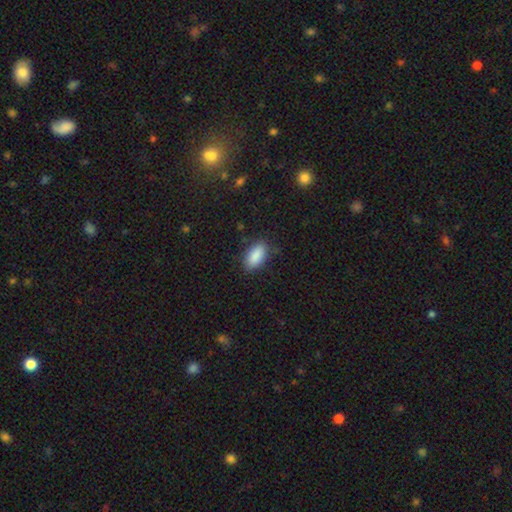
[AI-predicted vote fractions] A smooth galaxy with no disk features (89%) that is in between round and cigar-shaped (92%). Merging: none (82%).